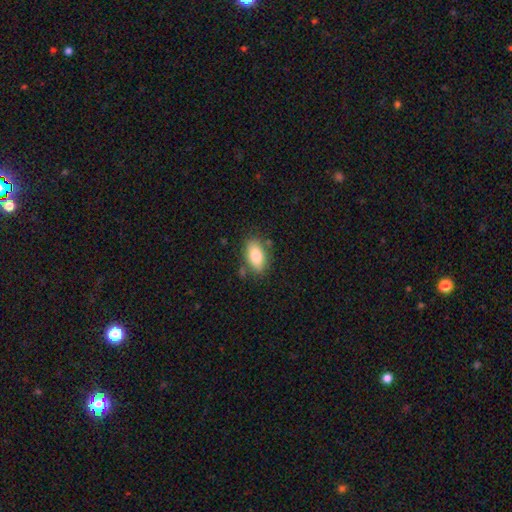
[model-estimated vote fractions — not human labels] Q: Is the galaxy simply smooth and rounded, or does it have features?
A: smooth — 81%.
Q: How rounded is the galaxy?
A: in between — 90%.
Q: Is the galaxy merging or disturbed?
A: none — 77%.